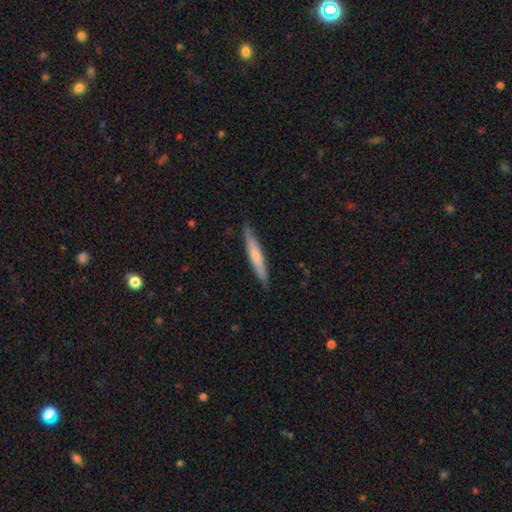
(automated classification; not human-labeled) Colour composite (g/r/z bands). It shows a smooth galaxy with no disk features (54%) that is cigar-shaped (95%). Merging: none (88%).